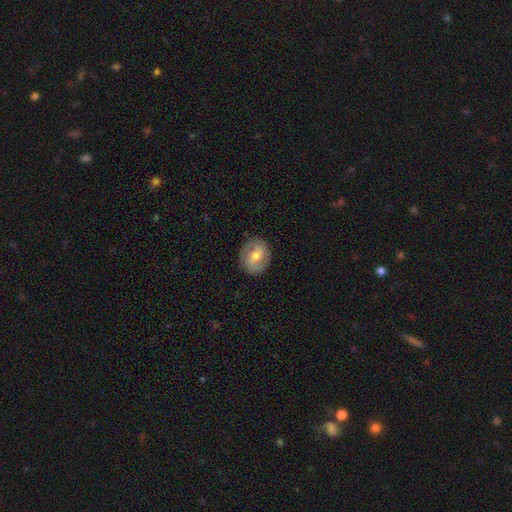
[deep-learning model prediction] This appears to be a smooth galaxy with no disk features (54%) that is round (69%). Merging: none (86%).